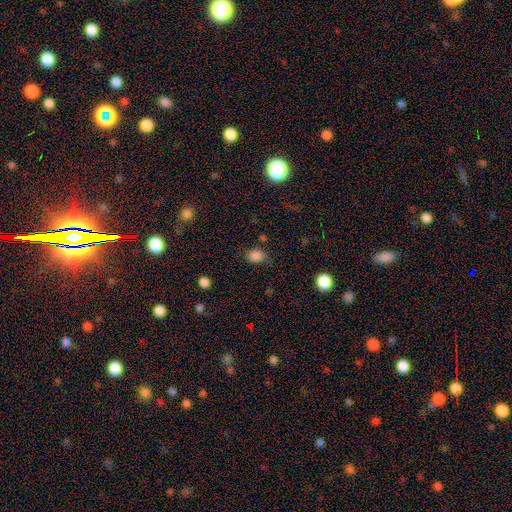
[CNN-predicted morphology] smooth 84%, star or artifact 11%, featured or disk 4%. Down the decision tree: how rounded — in between (60%); merging — none (78%).